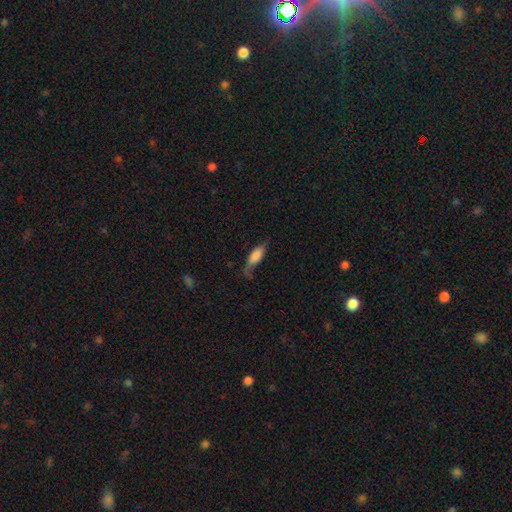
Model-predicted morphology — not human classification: This is likely a smooth galaxy (70%). How rounded: likely in between (69%). Merging: marginally none (37%).